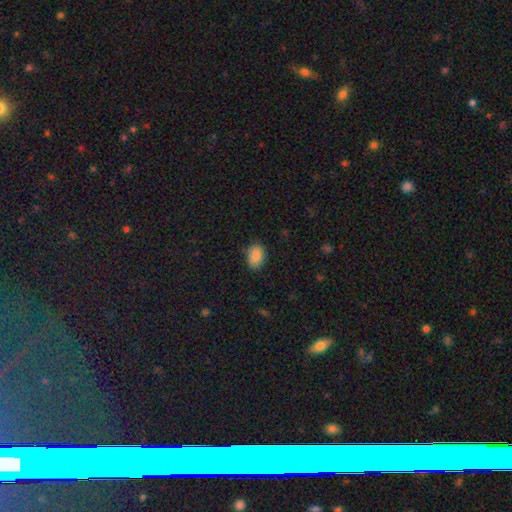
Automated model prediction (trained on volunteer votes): Overall: smooth (88%). How rounded: in between (83%). Merging: none (81%).